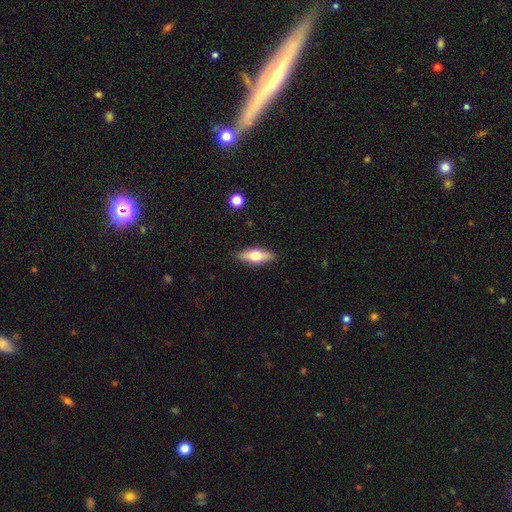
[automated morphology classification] smooth 53%, featured or disk 40%, star or artifact 7%. Down the decision tree: how rounded — in between (62%); merging — none (89%).